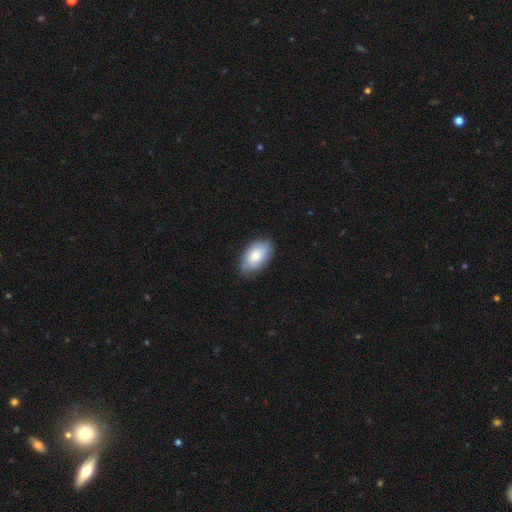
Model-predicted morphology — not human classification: smooth-or-featured: smooth: 78% | featured or disk: 16% | star or artifact: 6%
  how-rounded: in between: 94% | round: 5% | cigar-shaped: 1%
  merging: none: 82% | minor disturbance: 14% | major disturbance: 3% | merger: 1%